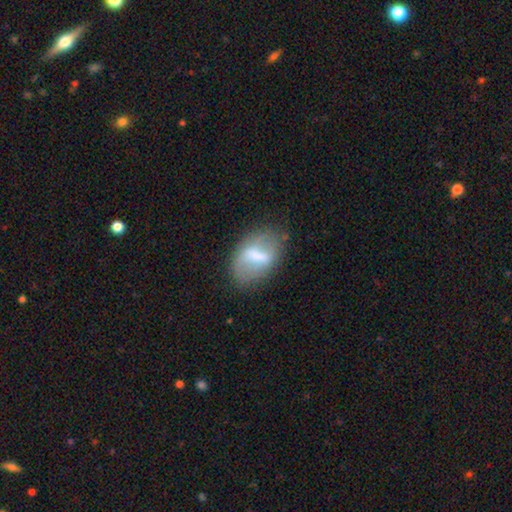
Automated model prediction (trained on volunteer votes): smooth_or_featured: featured or disk (p=0.47) [alt: smooth p=0.45]
merging: none (p=0.68) [alt: minor disturbance p=0.20]